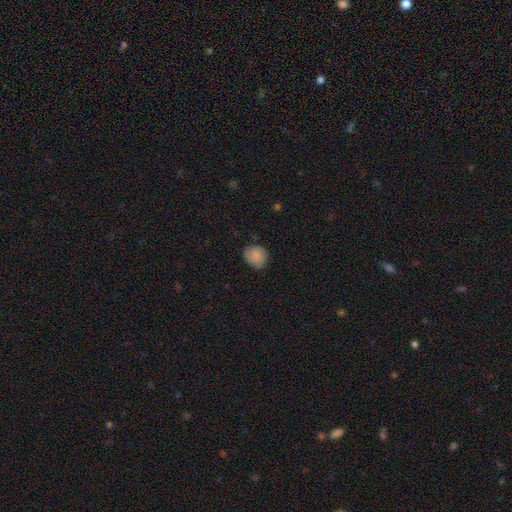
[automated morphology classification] Q: Smooth or featured?
A: smooth (85%); runner-up: star or artifact (8%)
Q: How rounded?
A: round (77%); runner-up: in between (22%)
Q: Merging?
A: none (72%); runner-up: minor disturbance (23%)